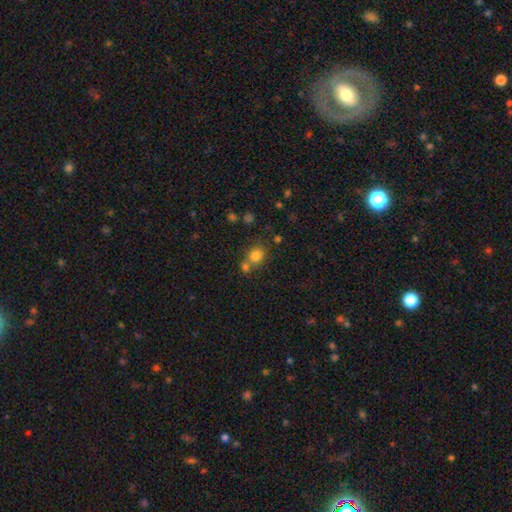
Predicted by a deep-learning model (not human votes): Smooth or featured?
  - smooth: 79% *
  - star or artifact: 13%
  - featured or disk: 8%
How rounded?
  - round: 72% *
  - in between: 27%
  - cigar-shaped: 1%
Merging?
  - none: 57% *
  - merger: 30%
  - minor disturbance: 10%
  - major disturbance: 4%